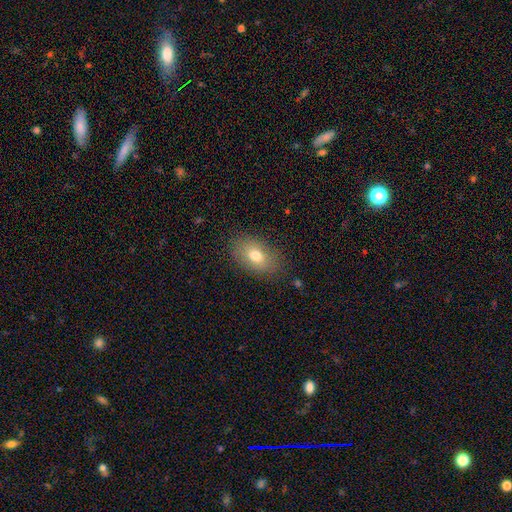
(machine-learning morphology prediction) A smooth galaxy with no disk features (76%) that is in between round and cigar-shaped (88%).

Vote fractions:
- Smooth or featured? smooth: 76% / featured or disk: 15% / star or artifact: 9%
- How rounded? in between: 88% / round: 11% / cigar-shaped: 2%
- Merging? none: 84% / minor disturbance: 12% / major disturbance: 4% / merger: 1%